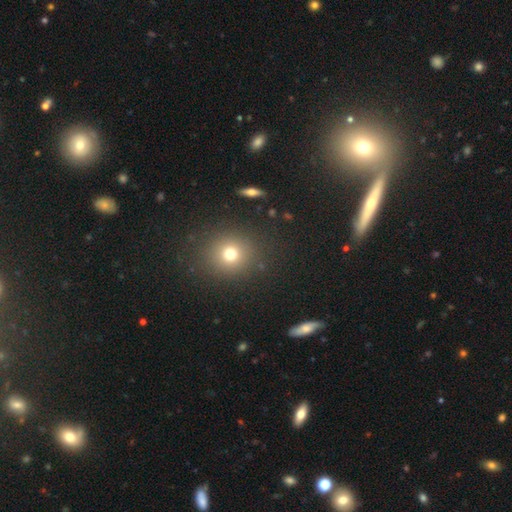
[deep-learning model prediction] Smooth or featured? smooth (59%)
How rounded? round (81%)
Merging? none (86%)